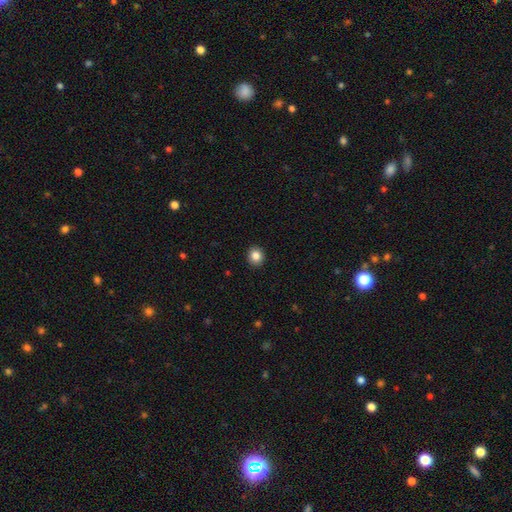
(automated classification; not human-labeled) smooth_or_featured: smooth (p=0.85) [alt: star or artifact p=0.10]
how_rounded: round (p=0.78) [alt: in between p=0.21]
merging: none (p=0.92) [alt: minor disturbance p=0.06]